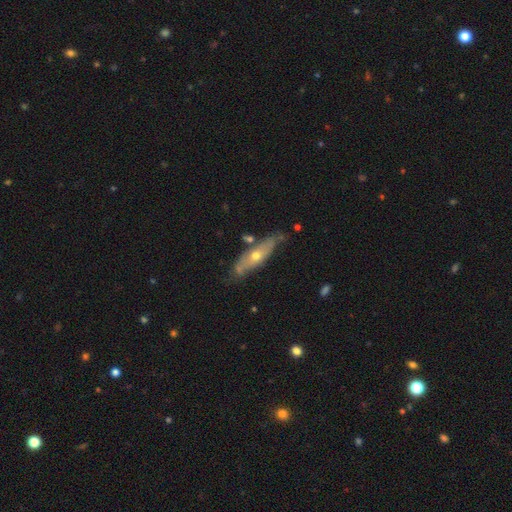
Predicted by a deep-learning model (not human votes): Overall: featured or disk (61%; smooth 32%). Edge-on disk: yes (54%; no 46%). Merging: none (70%).